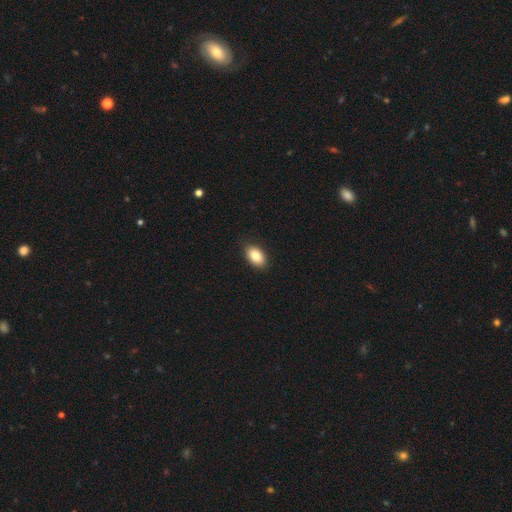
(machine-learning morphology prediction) This is clearly a smooth galaxy (86%). How rounded: clearly in between (91%). Merging: clearly none (88%).